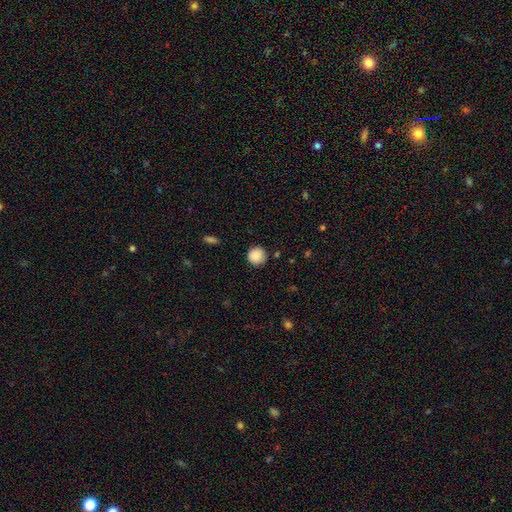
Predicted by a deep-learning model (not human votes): The model was most divided on "merging": none: 88%, minor disturbance: 8%, major disturbance: 2%, merger: 1%. More confident: how rounded — round (94%); smooth or featured — smooth (88%).